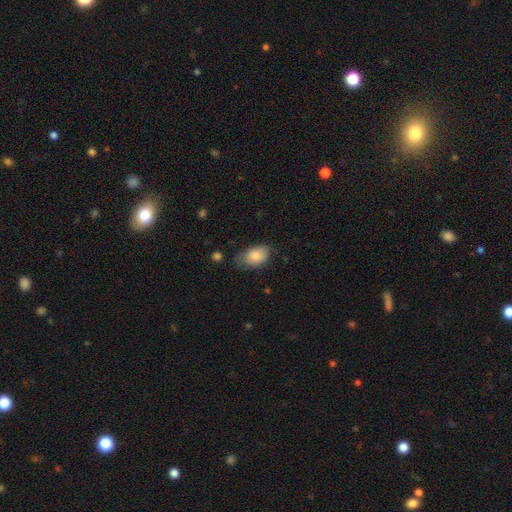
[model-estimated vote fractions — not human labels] This appears to be a smooth galaxy with no disk features (84%) that is in between round and cigar-shaped (87%). Merging: none (63%).